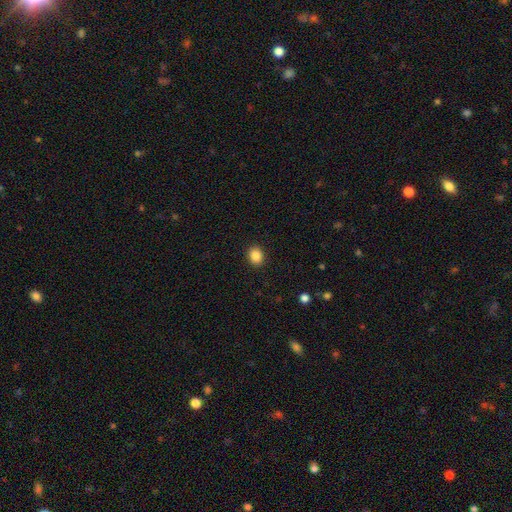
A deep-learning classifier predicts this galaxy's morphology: Smooth or featured? smooth (87%)
How rounded? round (54%)
Merging? none (91%)